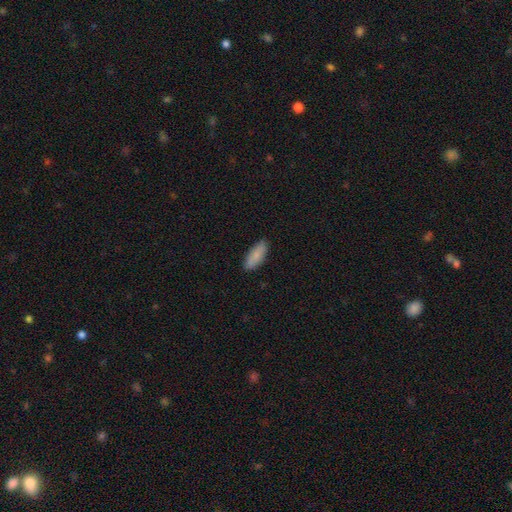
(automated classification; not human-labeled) smooth-or-featured: smooth: 88% | featured or disk: 6% | star or artifact: 6%
  how-rounded: in between: 70% | cigar-shaped: 28% | round: 2%
  merging: none: 88% | minor disturbance: 9% | major disturbance: 2% | merger: 1%